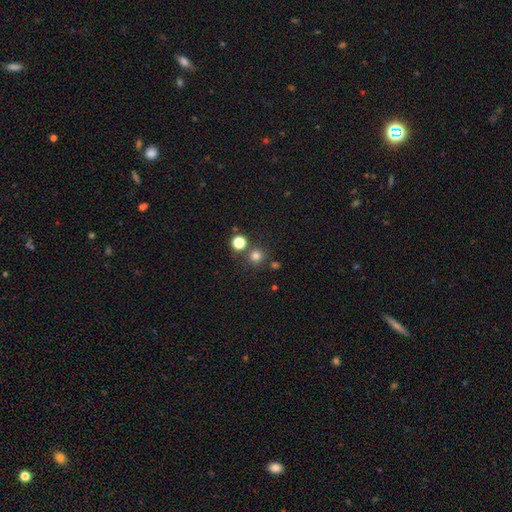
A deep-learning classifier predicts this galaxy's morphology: smooth 77%, star or artifact 17%, featured or disk 6%. Down the decision tree: how rounded — round (93%); merging — none (79%).